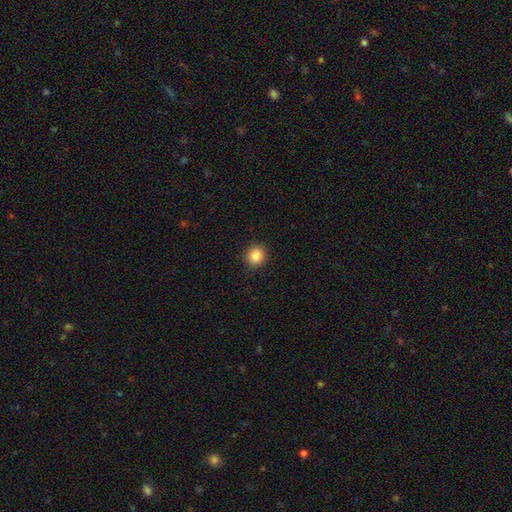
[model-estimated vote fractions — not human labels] A smooth galaxy with no disk features (87%) that is round (86%).

Vote fractions:
- Smooth or featured? smooth: 87% / star or artifact: 9% / featured or disk: 4%
- How rounded? round: 86% / in between: 13% / cigar-shaped: 1%
- Merging? none: 91% / minor disturbance: 6% / major disturbance: 2% / merger: 1%